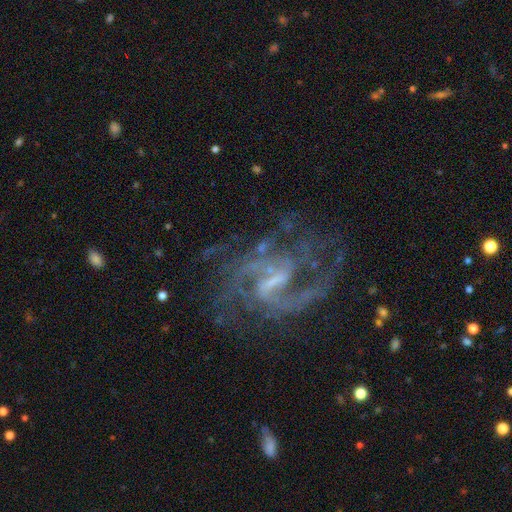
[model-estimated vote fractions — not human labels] A featured or disk galaxy (86%) with a weak bar (50%), 2 (47%) medium (51%) spiral arms (95%) and a small central bulge (40%). Merging: none (65%).